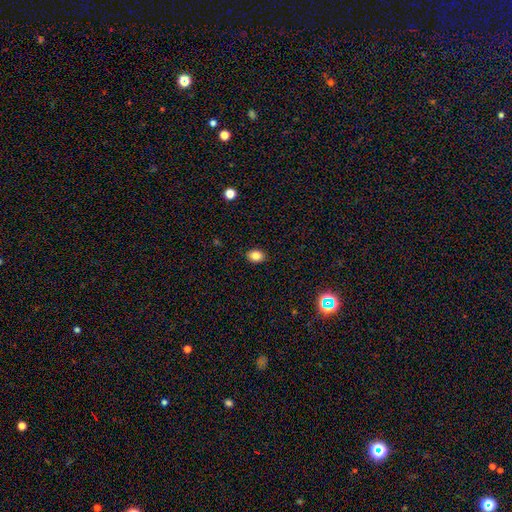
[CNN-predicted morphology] Smooth or featured?
  - smooth: 83% *
  - star or artifact: 11%
  - featured or disk: 6%
How rounded?
  - in between: 59% *
  - round: 40%
  - cigar-shaped: 1%
Merging?
  - none: 89% *
  - minor disturbance: 8%
  - major disturbance: 2%
  - merger: 1%